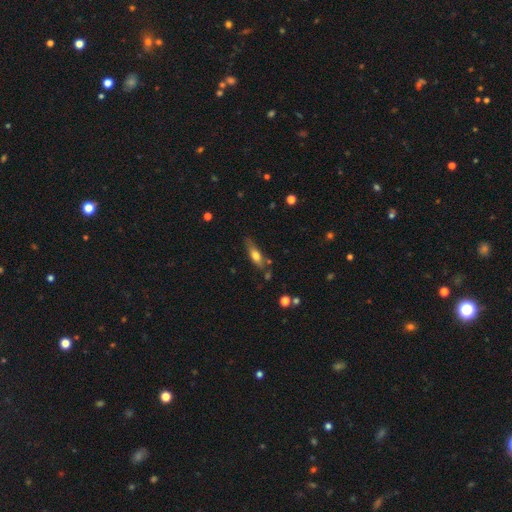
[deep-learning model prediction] A smooth galaxy with no disk features (58%) that is cigar-shaped (49%). Merging: none (66%).